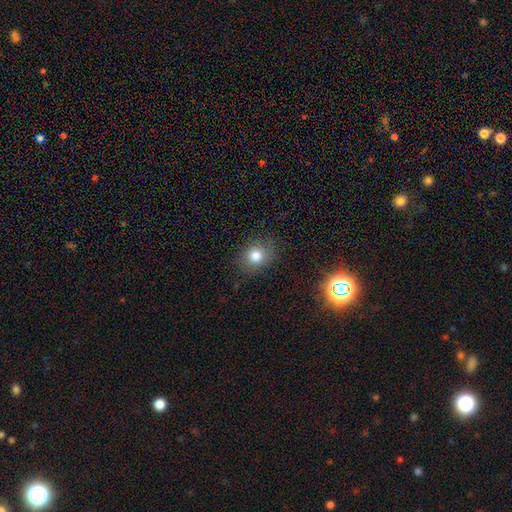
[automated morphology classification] Overall: smooth (80%). How rounded: round (60%; in between 39%). Merging: none (84%).